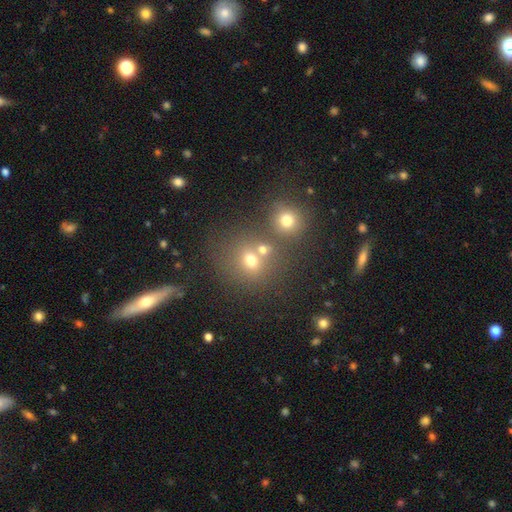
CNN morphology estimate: This is possibly a smooth galaxy (49%). Merging: possibly none (59%).